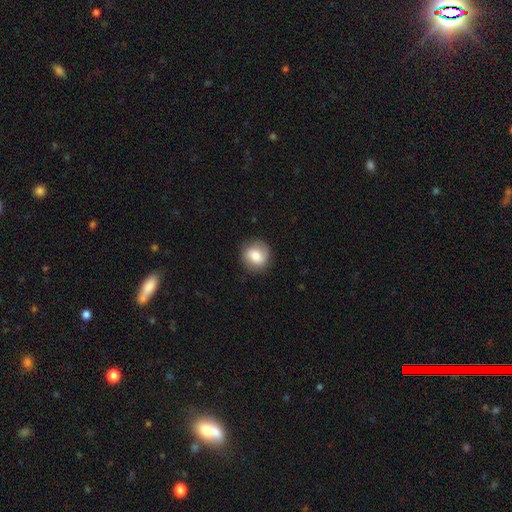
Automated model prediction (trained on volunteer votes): The model was most divided on "smooth or featured": smooth: 74%, featured or disk: 18%, star or artifact: 8%. More confident: how rounded — round (87%); merging — none (83%).